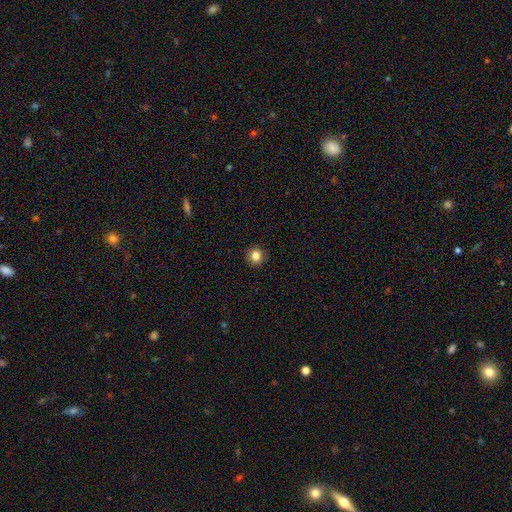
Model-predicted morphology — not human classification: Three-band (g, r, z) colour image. It shows a smooth galaxy with no disk features (83%) that is round (90%). Merging: none (92%).